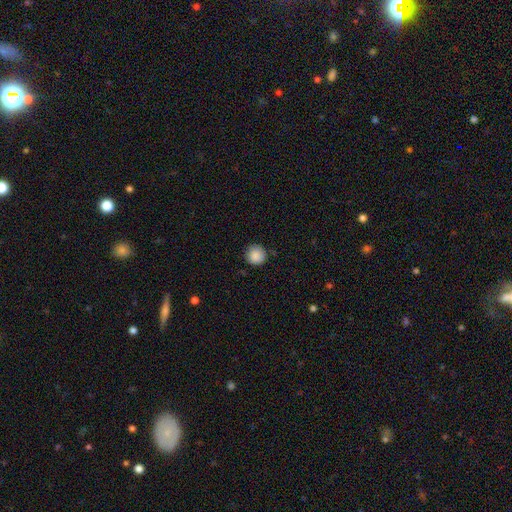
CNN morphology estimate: This appears to be a smooth galaxy with no disk features (88%) that is round (94%). Merging: none (84%).